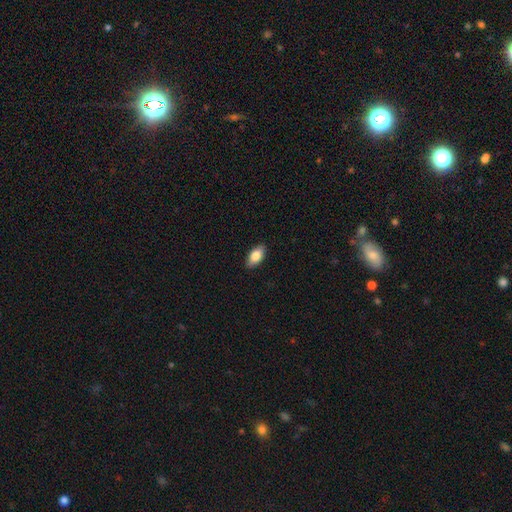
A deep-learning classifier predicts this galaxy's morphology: Q: Smooth or featured?
A: smooth (82%); runner-up: featured or disk (11%)
Q: How rounded?
A: in between (90%); runner-up: cigar-shaped (7%)
Q: Merging?
A: none (88%); runner-up: minor disturbance (9%)